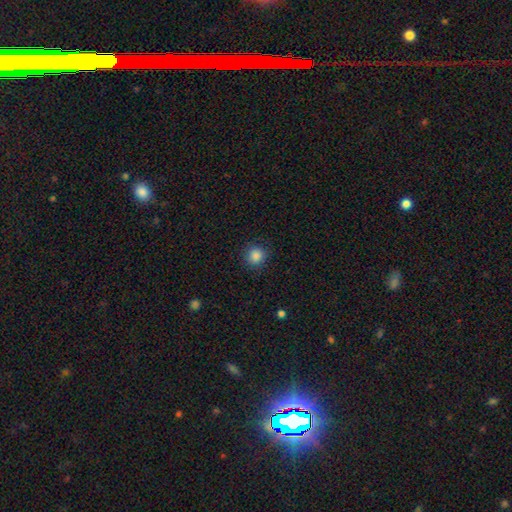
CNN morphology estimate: This appears to be a smooth galaxy with no disk features (85%) that is round (90%). Merging: none (89%).